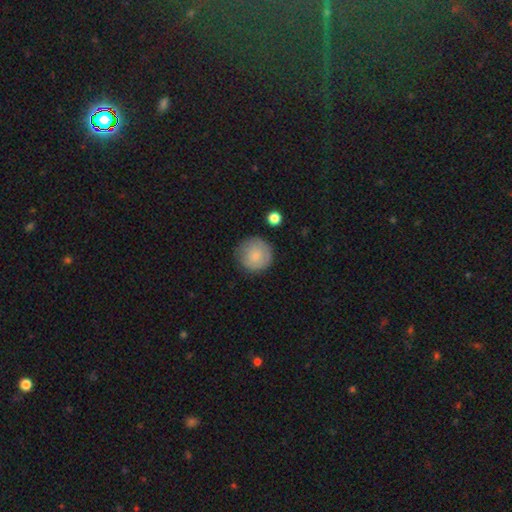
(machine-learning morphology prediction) A smooth galaxy with no disk features (78%) that is round (94%). Merging: none (79%).